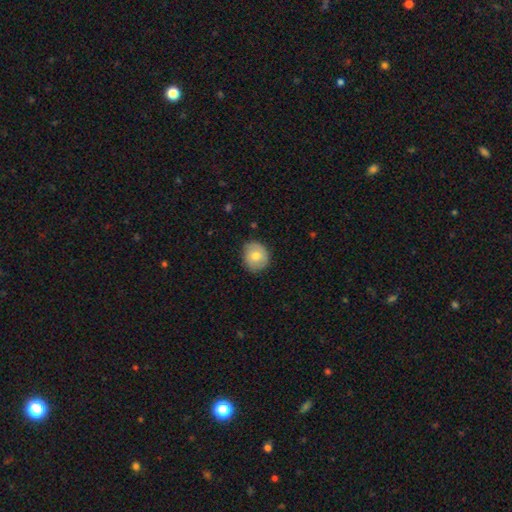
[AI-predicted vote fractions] This is likely a smooth galaxy (72%). How rounded: likely round (80%). Merging: clearly none (82%).